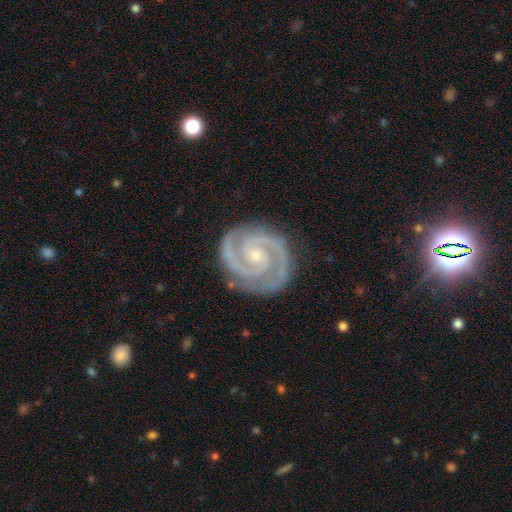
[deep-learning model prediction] A featured or disk galaxy (94%) with no bar (61%), 2 (92%) tight (69%) spiral arms (99%) and a small central bulge (73%).

Vote fractions:
- Smooth or featured? featured or disk: 94% / star or artifact: 4% / smooth: 2%
- Edge-on disk? no: 98% / yes: 2%
- Bar? no: 61% / weak: 28% / strong: 11%
- Spiral arms? yes: 99% / no: 1%
- Spiral winding? tight: 69% / medium: 29% / loose: 2%
- Spiral arm count? 2: 92% / 3: 4% / can't tell: 1% / 4: 1% / 1: 1% / more than 4: 1%
- Bulge size? small: 73% / moderate: 22% / none: 3% / large: 1% / dominant: 1%
- Merging? none: 86% / minor disturbance: 11% / major disturbance: 2% / merger: 1%